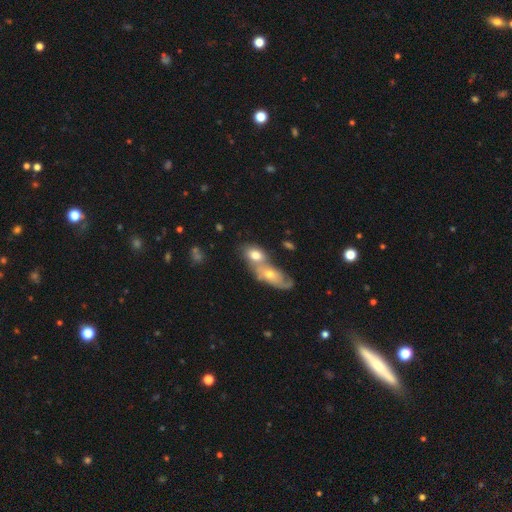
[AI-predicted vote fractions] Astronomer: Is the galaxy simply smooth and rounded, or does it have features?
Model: smooth — 66%.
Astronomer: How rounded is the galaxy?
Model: in between — 77%.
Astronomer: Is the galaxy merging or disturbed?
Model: merger — 66%.